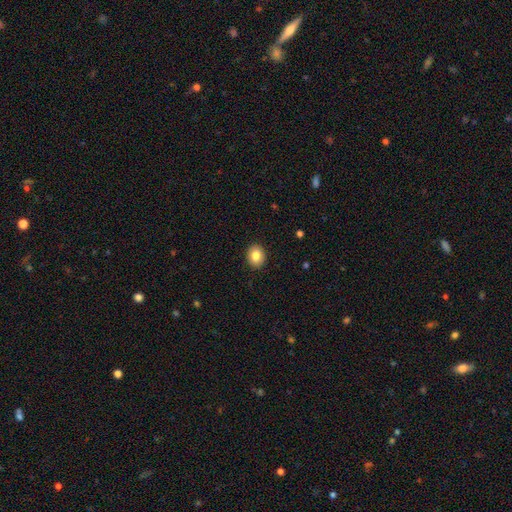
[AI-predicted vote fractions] Smooth or featured? Predicted: smooth (p=0.83). How rounded? Predicted: round (p=0.54). Merging? Predicted: none (p=0.91).